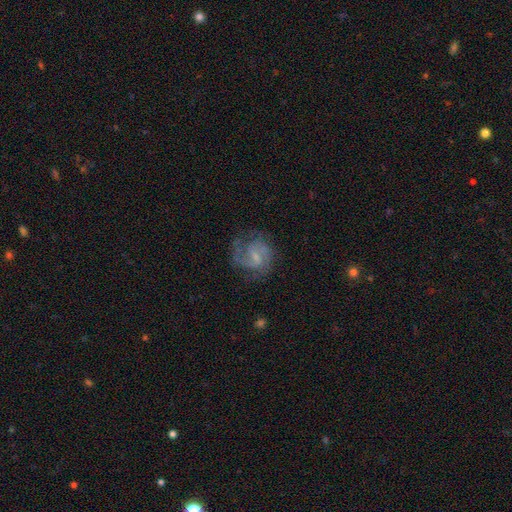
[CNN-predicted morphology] This is likely a featured or disk galaxy (78%). It is clearly not viewed edge-on (98%). Bar: possibly weak (59%). Spiral arm pattern: clearly yes (93%). Spiral arm count: likely 2 (70%). Spiral winding: possibly medium (51%). Central bulge: possibly small (56%). Merging: likely none (64%).